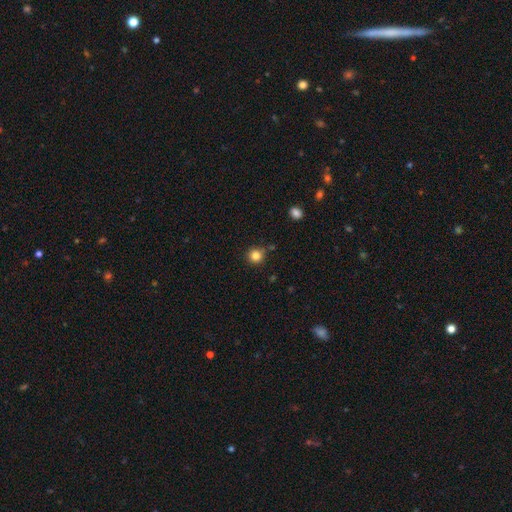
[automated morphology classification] smooth_or_featured: smooth (p=0.84) [alt: star or artifact p=0.12]
how_rounded: round (p=0.93) [alt: in between p=0.06]
merging: none (p=0.85) [alt: minor disturbance p=0.09]